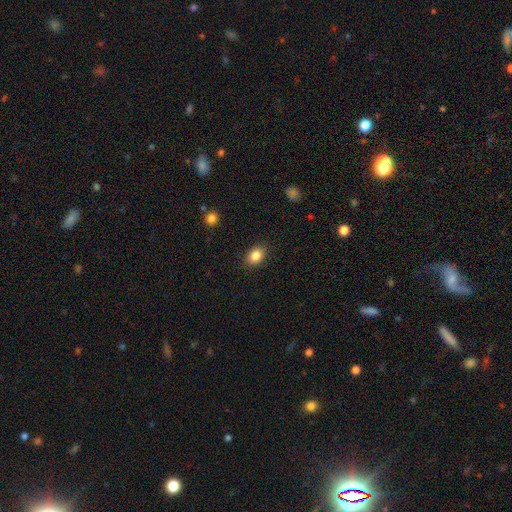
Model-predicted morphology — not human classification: smooth-or-featured: smooth: 85% | star or artifact: 9% | featured or disk: 6%
  how-rounded: in between: 77% | round: 22% | cigar-shaped: 1%
  merging: none: 87% | minor disturbance: 9% | major disturbance: 2% | merger: 1%